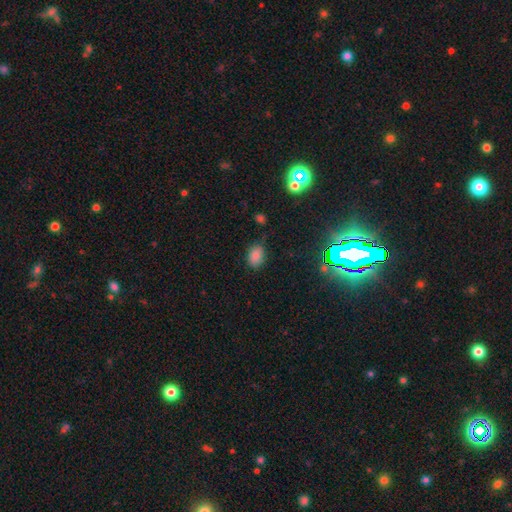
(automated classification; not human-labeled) Overall: smooth (80%). How rounded: in between (78%). Merging: none (69%).